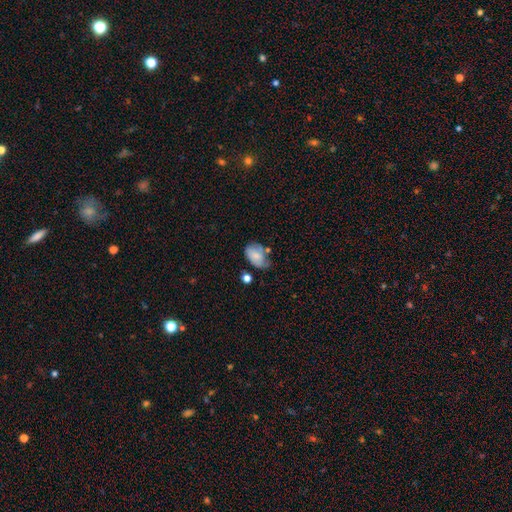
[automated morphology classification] A smooth galaxy with no disk features (68%) that is in between round and cigar-shaped (84%). Merging: none (41%).